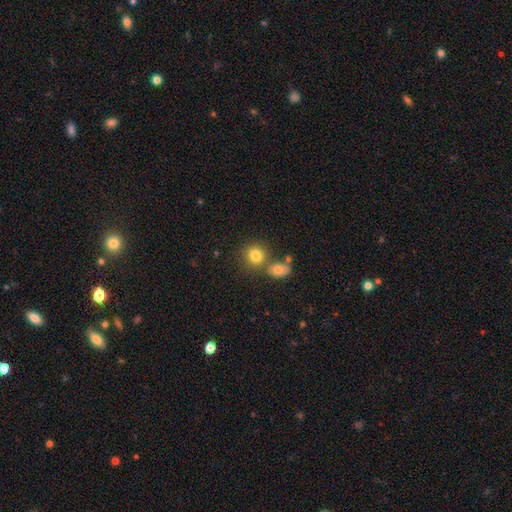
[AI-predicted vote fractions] This appears to be a smooth galaxy with no disk features (80%) that is round (79%). Merging: none (62%).